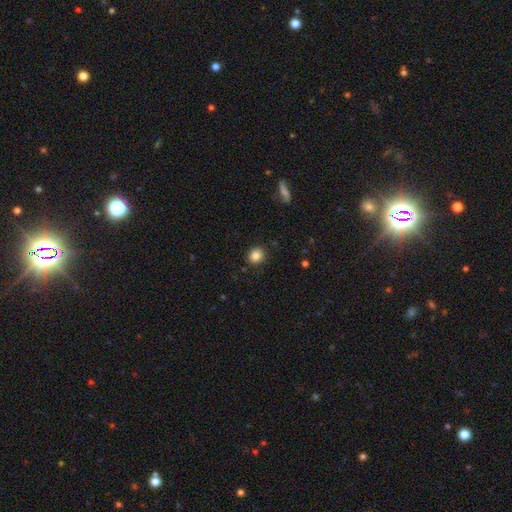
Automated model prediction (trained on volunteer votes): smooth_or_featured: smooth (p=0.85) [alt: star or artifact p=0.10]
how_rounded: round (p=0.83) [alt: in between p=0.16]
merging: none (p=0.90) [alt: minor disturbance p=0.07]